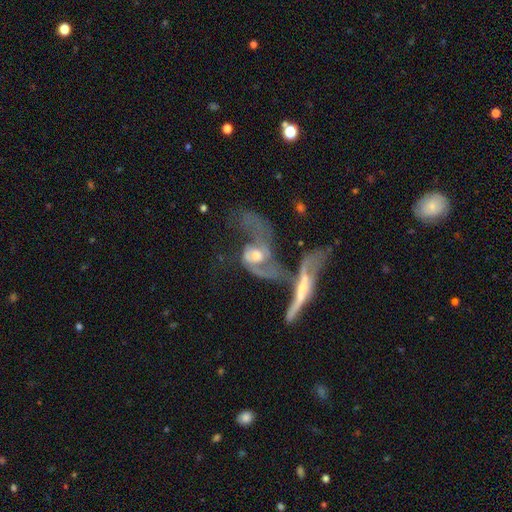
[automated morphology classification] A featured or disk galaxy (74%) with no bar (67%), spiral arms (72%) and a moderate central bulge (58%). Merging: merger (73%).